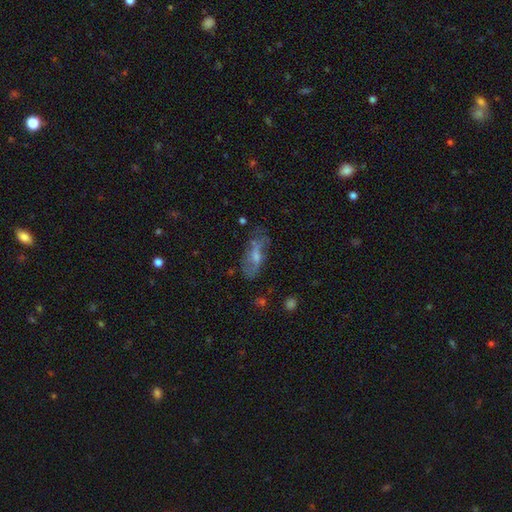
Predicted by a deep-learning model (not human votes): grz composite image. It shows a featured or disk galaxy (50%). Merging: none (64%).